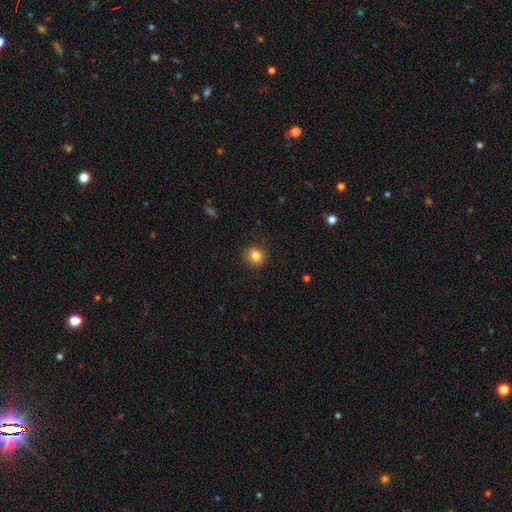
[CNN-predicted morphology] This is clearly a smooth galaxy (83%). How rounded: clearly round (85%). Merging: clearly none (90%).